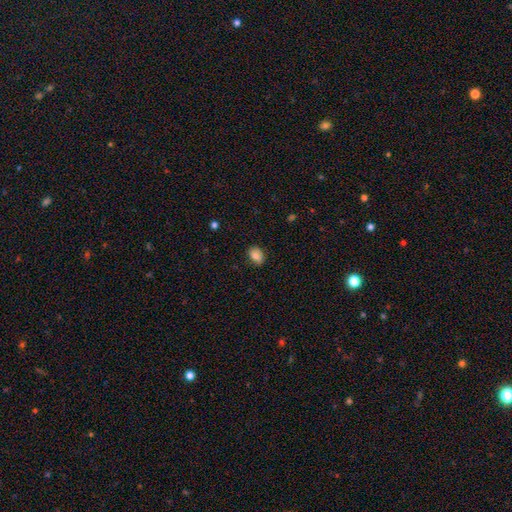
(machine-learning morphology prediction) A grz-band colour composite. It shows a smooth galaxy with no disk features (82%) that is in between round and cigar-shaped (69%). Merging: none (82%).